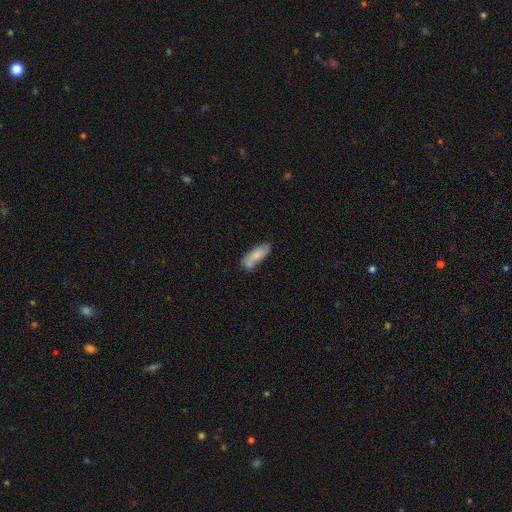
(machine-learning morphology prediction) smooth 66%, featured or disk 27%, star or artifact 6%. Down the decision tree: how rounded — in between (70%); merging — none (50%).